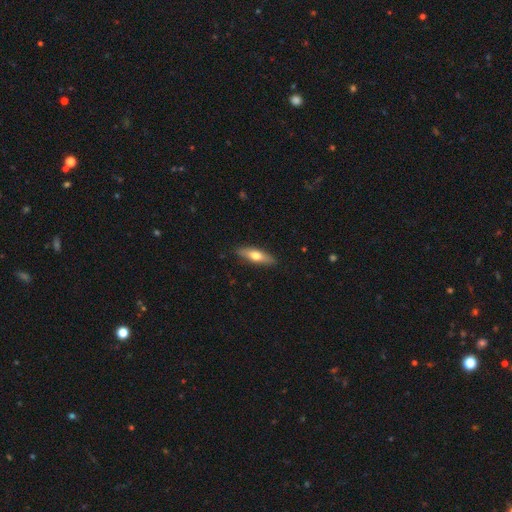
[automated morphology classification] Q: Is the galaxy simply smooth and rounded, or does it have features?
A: smooth — 59%.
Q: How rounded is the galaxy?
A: cigar-shaped — 56%.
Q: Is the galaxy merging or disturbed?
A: none — 88%.